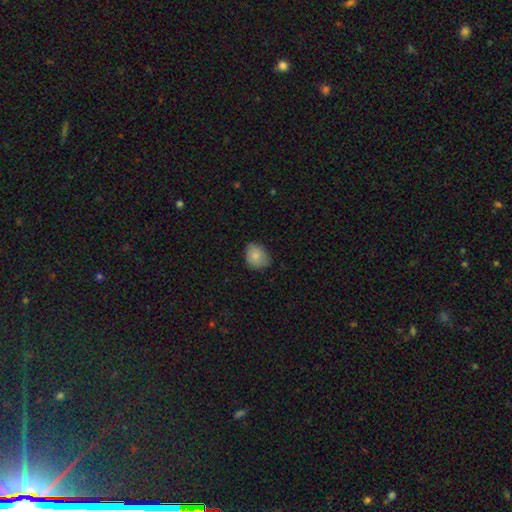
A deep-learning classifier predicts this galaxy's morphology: Overall: smooth (84%). How rounded: in between (52%; round 47%). Merging: none (76%).